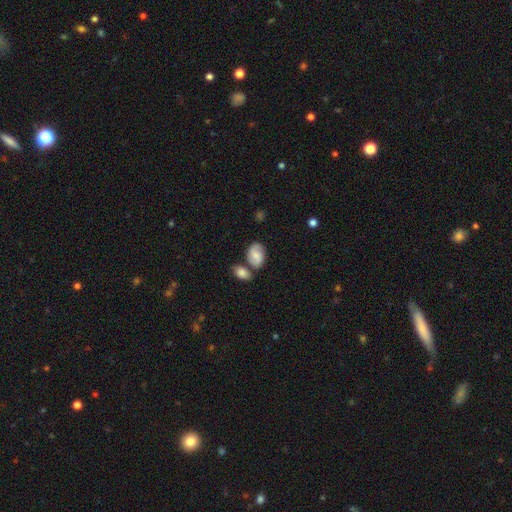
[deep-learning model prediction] A smooth galaxy with no disk features (58%) that is in between round and cigar-shaped (83%).

Vote fractions:
- Smooth or featured? smooth: 58% / featured or disk: 34% / star or artifact: 8%
- How rounded? in between: 83% / round: 15% / cigar-shaped: 2%
- Merging? none: 52% / merger: 25% / minor disturbance: 17% / major disturbance: 5%